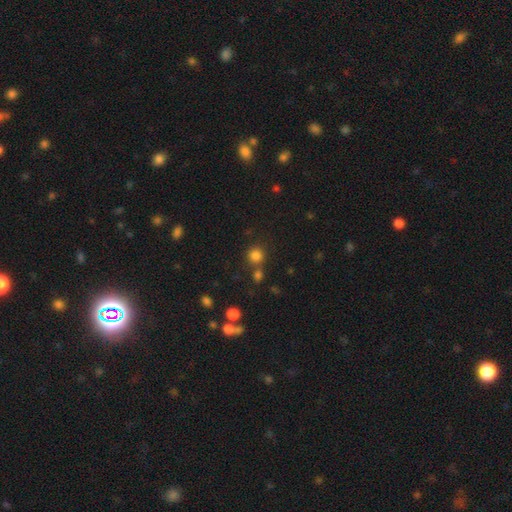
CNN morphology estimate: smooth-or-featured: smooth: 80% | star or artifact: 15% | featured or disk: 5%
  how-rounded: round: 91% | in between: 8% | cigar-shaped: 1%
  merging: none: 71% | merger: 18% | minor disturbance: 8% | major disturbance: 3%